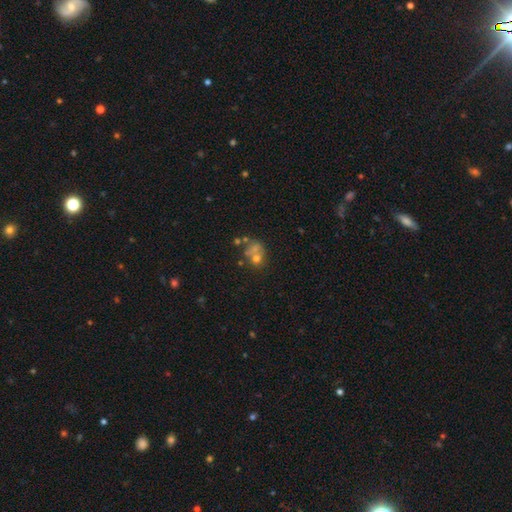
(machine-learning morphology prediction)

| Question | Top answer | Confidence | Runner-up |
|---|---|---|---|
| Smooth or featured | smooth | 53% | featured or disk (30%) |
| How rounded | round | 61% | in between (38%) |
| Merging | merger | 41% | none (32%) |